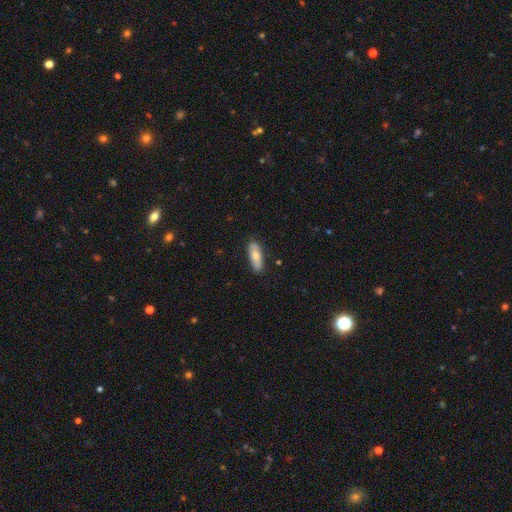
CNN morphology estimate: smooth_or_featured: smooth (p=0.71) [alt: featured or disk p=0.23]
how_rounded: in between (p=0.62) [alt: cigar-shaped p=0.36]
merging: none (p=0.86) [alt: minor disturbance p=0.11]